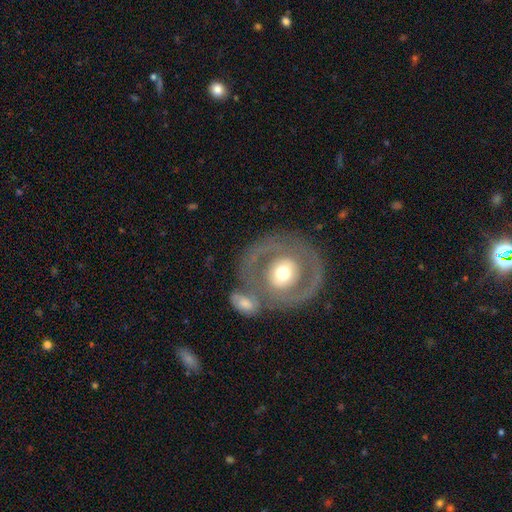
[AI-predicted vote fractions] A featured or disk galaxy (72%) with no bar (70%), spiral arms (51%) and a moderate central bulge (71%). Merging: none (61%).